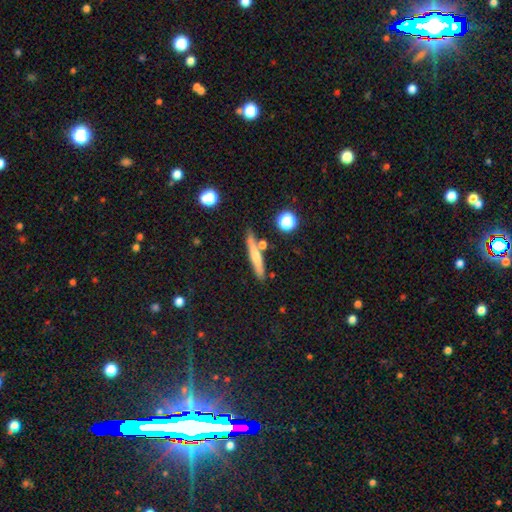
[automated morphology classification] A smooth galaxy with no disk features (58%) that is cigar-shaped (89%).

Vote fractions:
- Smooth or featured? smooth: 58% / featured or disk: 33% / star or artifact: 9%
- How rounded? cigar-shaped: 89% / in between: 8% / round: 3%
- Merging? none: 73% / minor disturbance: 14% / merger: 10% / major disturbance: 4%